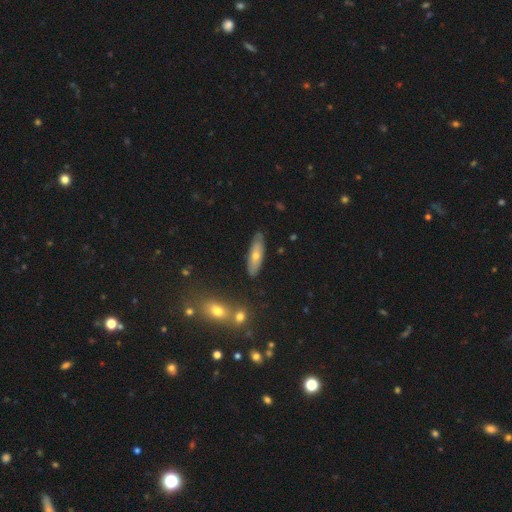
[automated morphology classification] This appears to be a smooth galaxy with no disk features (49%). Merging: none (83%).